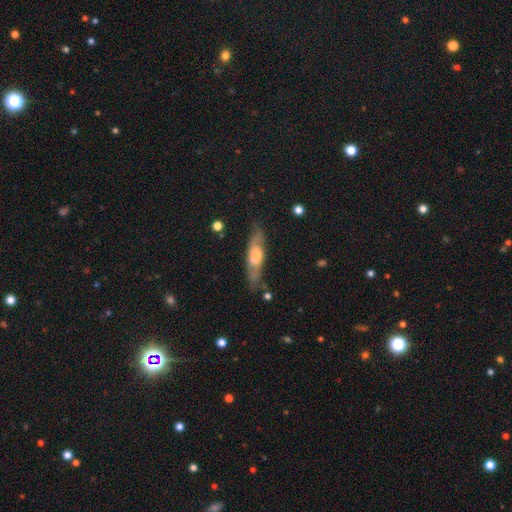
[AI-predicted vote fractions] This appears to be a featured or disk galaxy (54%) viewed edge-on (57%). Merging: none (73%).